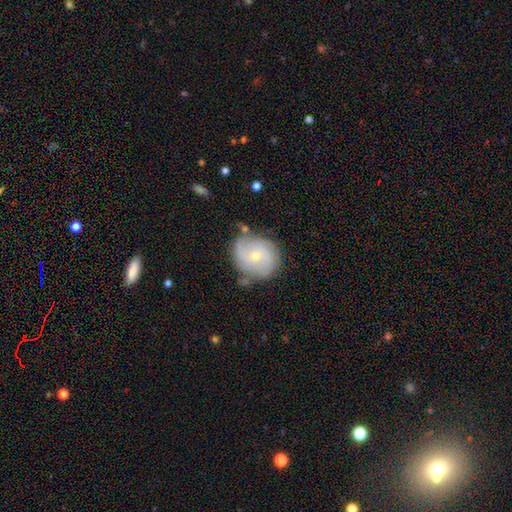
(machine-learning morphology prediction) A featured or disk galaxy (58%) with no bar (76%), spiral arms (74%) and a small central bulge (57%). Merging: none (64%).